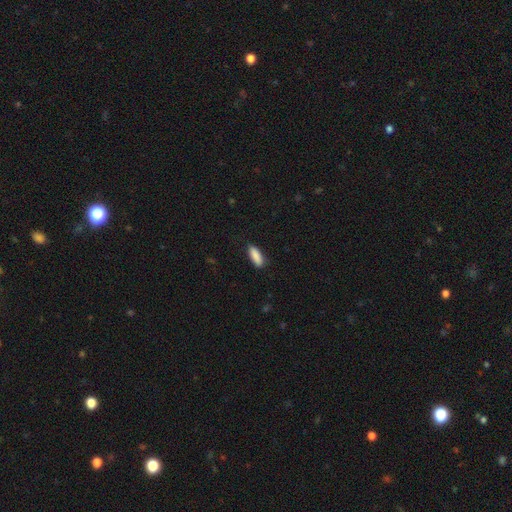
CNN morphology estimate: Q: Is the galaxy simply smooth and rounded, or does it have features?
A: smooth — 89%.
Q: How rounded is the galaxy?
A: in between — 60%.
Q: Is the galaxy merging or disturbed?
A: none — 85%.